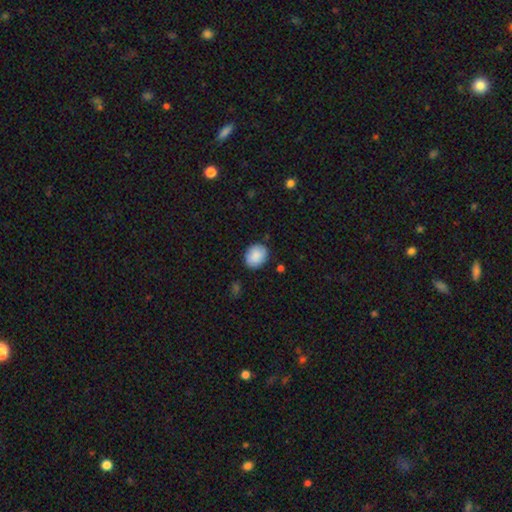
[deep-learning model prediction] The model was most divided on "how rounded": round: 52%, in between: 48%, cigar-shaped: 1%. More confident: smooth or featured — smooth (88%); merging — none (82%).